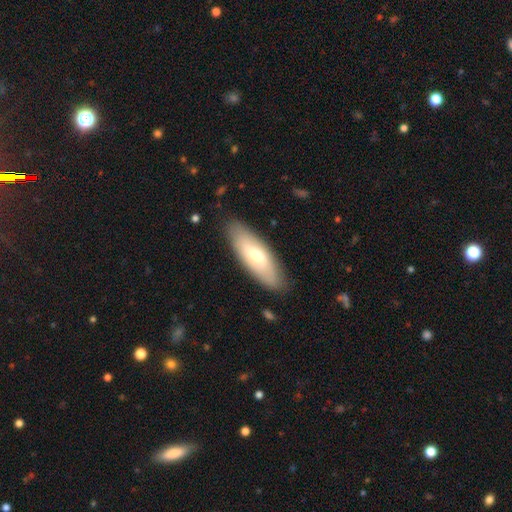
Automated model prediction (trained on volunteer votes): Smooth or featured: smooth — 62% (featured or disk — 32%)
How rounded: in between — 64% (cigar-shaped — 34%)
Merging: none — 86% (minor disturbance — 11%)